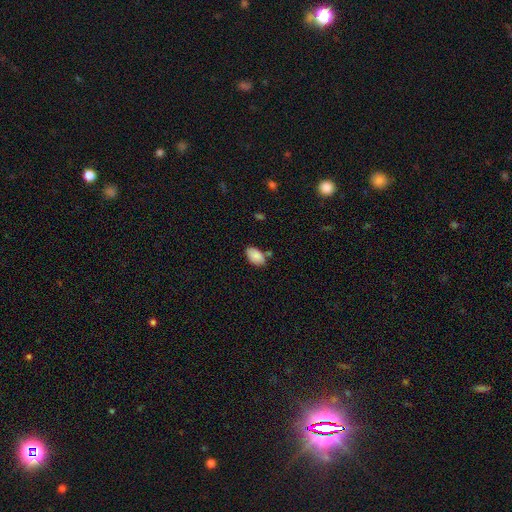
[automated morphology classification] Smooth or featured? Predicted: smooth (p=0.88). How rounded? Predicted: in between (p=0.93). Merging? Predicted: none (p=0.72).